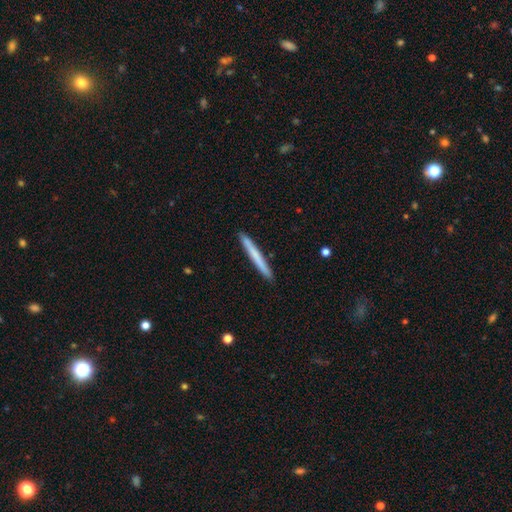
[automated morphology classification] Smooth or featured? Predicted: smooth (p=0.65). How rounded? Predicted: cigar-shaped (p=0.97). Merging? Predicted: none (p=0.92).